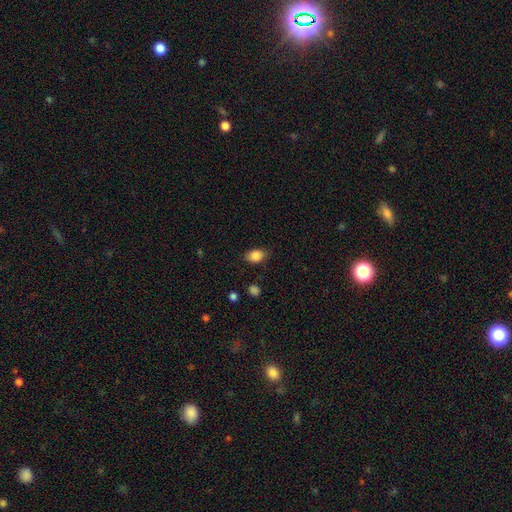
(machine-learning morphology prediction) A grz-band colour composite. It shows a smooth galaxy with no disk features (87%) that is in between round and cigar-shaped (76%). Merging: none (78%).